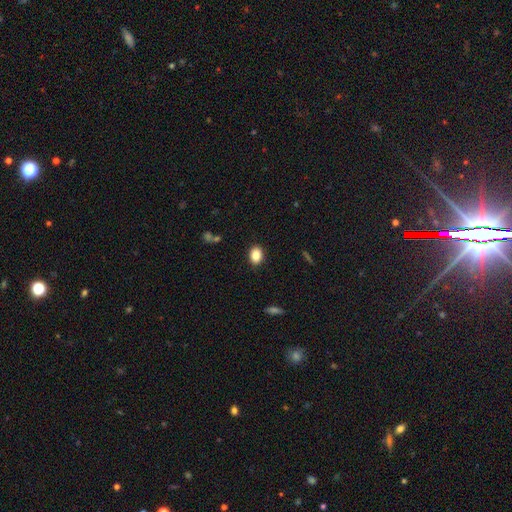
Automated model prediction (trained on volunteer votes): Overall: smooth (86%). How rounded: in between (76%). Merging: none (88%).